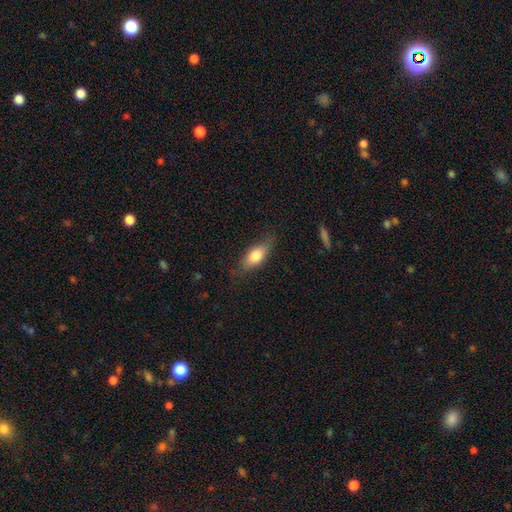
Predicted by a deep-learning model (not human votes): The model was most divided on "merging": none: 73%, minor disturbance: 21%, major disturbance: 5%, merger: 1%. More confident: how rounded — in between (76%); smooth or featured — smooth (73%).